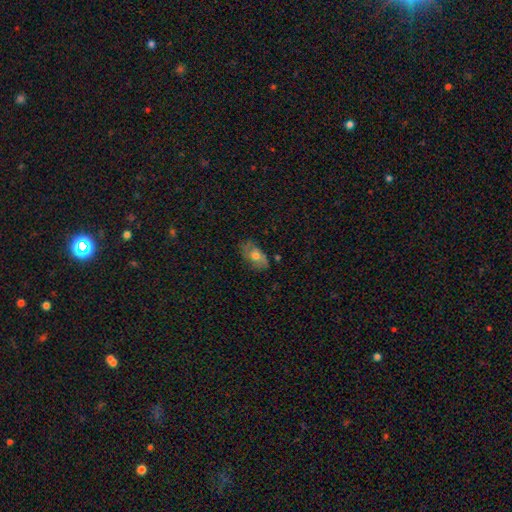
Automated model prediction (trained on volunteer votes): Q: Smooth or featured?
A: smooth (60%); runner-up: featured or disk (31%)
Q: How rounded?
A: in between (88%); runner-up: round (8%)
Q: Merging?
A: none (67%); runner-up: minor disturbance (24%)